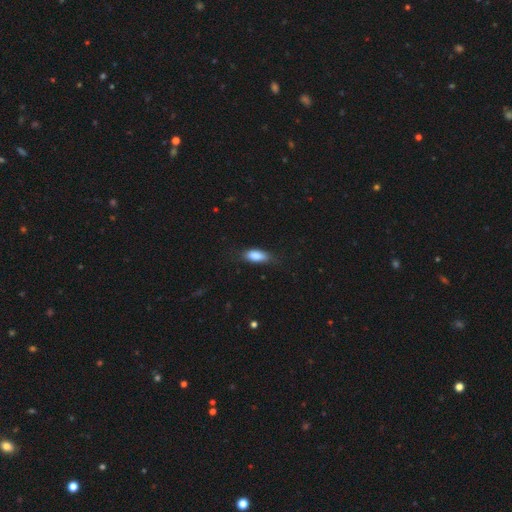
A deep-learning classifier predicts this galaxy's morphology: A smooth galaxy with no disk features (86%) that is in between round and cigar-shaped (81%).

Vote fractions:
- Smooth or featured? smooth: 86% / featured or disk: 7% / star or artifact: 7%
- How rounded? in between: 81% / cigar-shaped: 16% / round: 3%
- Merging? none: 74% / minor disturbance: 19% / major disturbance: 5% / merger: 1%